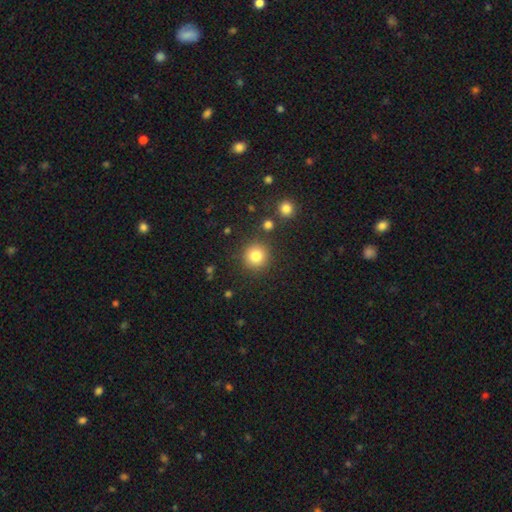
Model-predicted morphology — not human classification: smooth_or_featured: smooth (p=0.82) [alt: star or artifact p=0.12]
how_rounded: round (p=0.94) [alt: in between p=0.05]
merging: none (p=0.87) [alt: minor disturbance p=0.07]